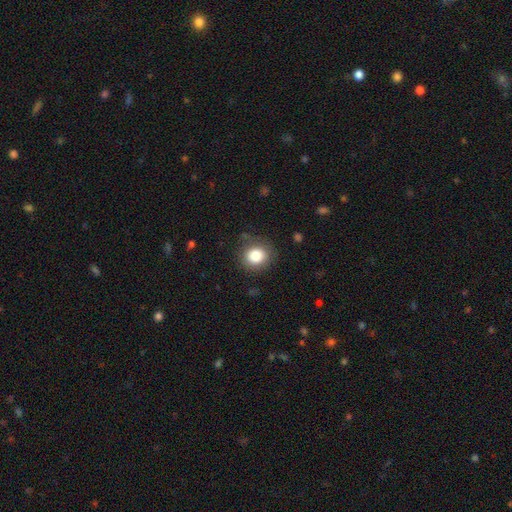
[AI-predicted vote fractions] smooth-or-featured: smooth: 83% | star or artifact: 10% | featured or disk: 7%
  how-rounded: round: 85% | in between: 14% | cigar-shaped: 1%
  merging: none: 83% | minor disturbance: 12% | major disturbance: 4% | merger: 1%